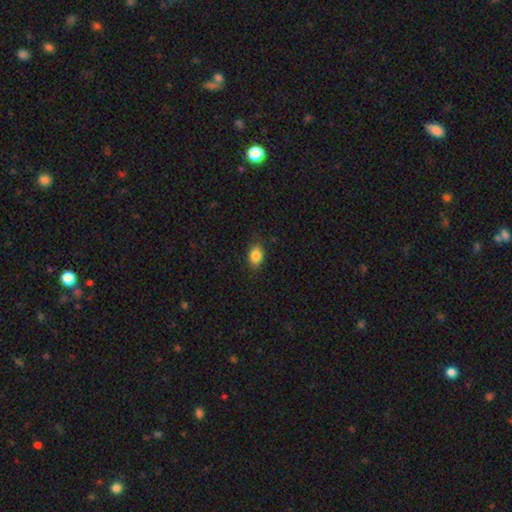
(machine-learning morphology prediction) A smooth galaxy with no disk features (86%) that is in between round and cigar-shaped (81%). Merging: none (83%).